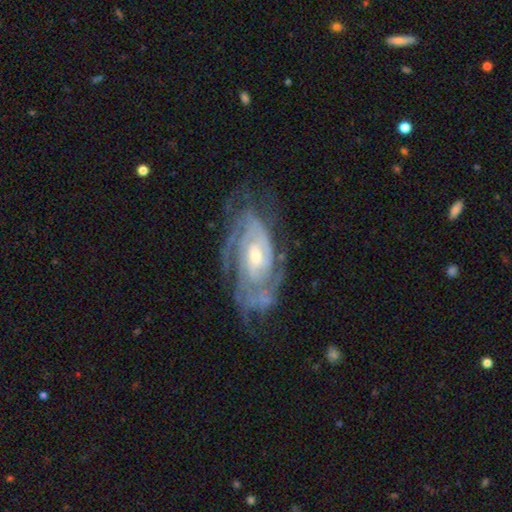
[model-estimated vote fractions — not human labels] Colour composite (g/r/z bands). It shows a featured or disk galaxy (89%) with no bar (54%), tight (69%) spiral arms (96%) and a moderate central bulge (58%). Merging: none (66%).